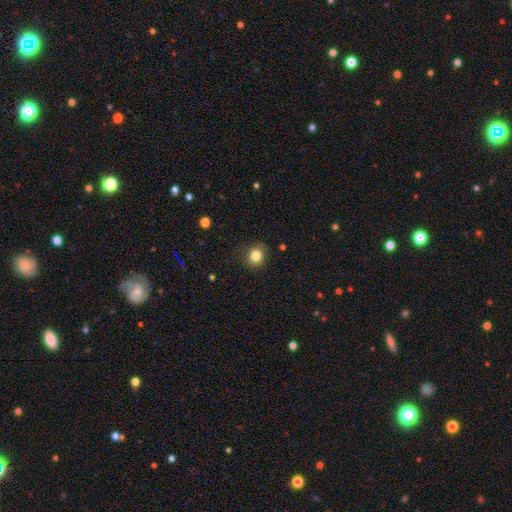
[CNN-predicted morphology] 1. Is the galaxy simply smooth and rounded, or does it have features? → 83% smooth, 11% star or artifact, 6% featured or disk.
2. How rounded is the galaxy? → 80% round, 19% in between, 1% cigar-shaped.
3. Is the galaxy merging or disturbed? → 82% none, 13% minor disturbance, 4% major disturbance, 1% merger.